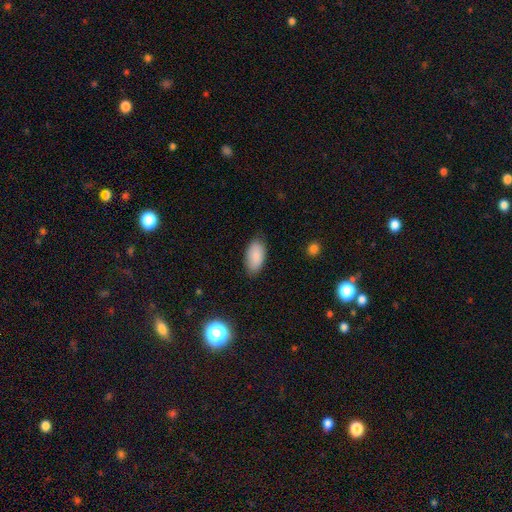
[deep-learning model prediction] Smooth or featured? smooth (88%)
How rounded? in between (94%)
Merging? none (84%)